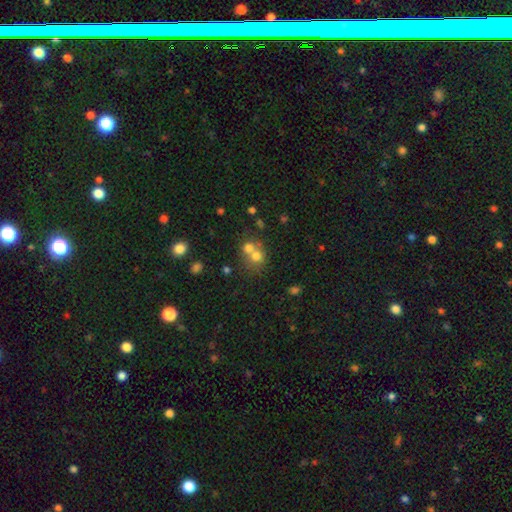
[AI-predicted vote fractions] This is likely a smooth galaxy (68%). How rounded: likely round (78%). Merging: possibly merger (59%).